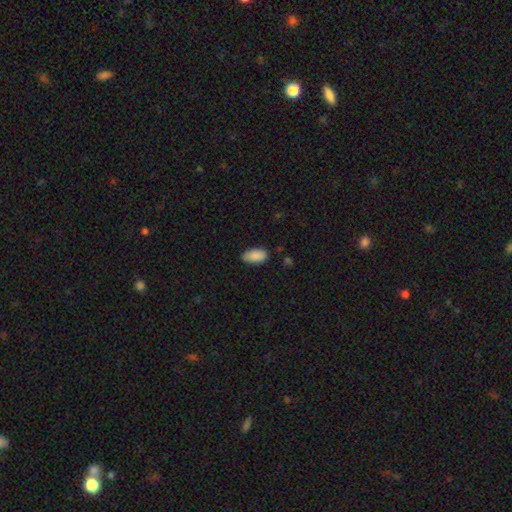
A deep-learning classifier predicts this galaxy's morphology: This appears to be a smooth galaxy with no disk features (89%) that is in between round and cigar-shaped (94%). Merging: none (81%).